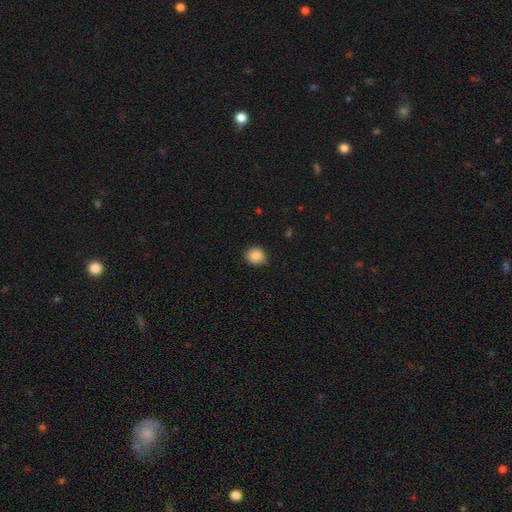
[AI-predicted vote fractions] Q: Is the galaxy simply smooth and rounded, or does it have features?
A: smooth — 87%.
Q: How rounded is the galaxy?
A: round — 77%.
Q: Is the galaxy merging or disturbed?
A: none — 84%.